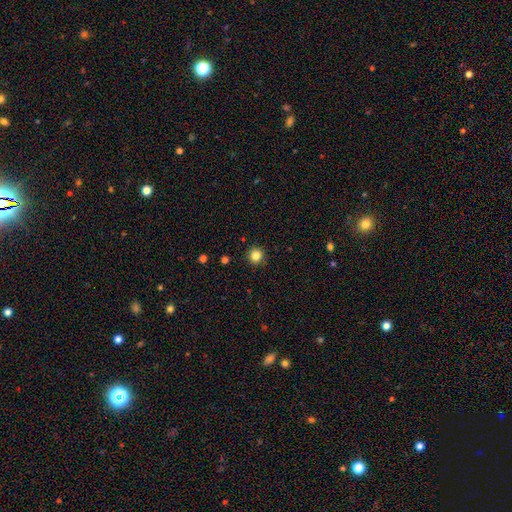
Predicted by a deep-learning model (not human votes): Smooth or featured? Predicted: smooth (p=0.84). How rounded? Predicted: round (p=0.94). Merging? Predicted: none (p=0.92).